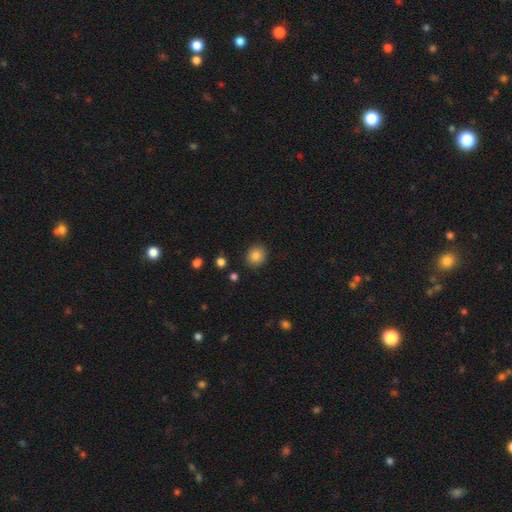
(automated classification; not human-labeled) smooth 85%, star or artifact 10%, featured or disk 5%. Down the decision tree: how rounded — round (79%); merging — none (88%).